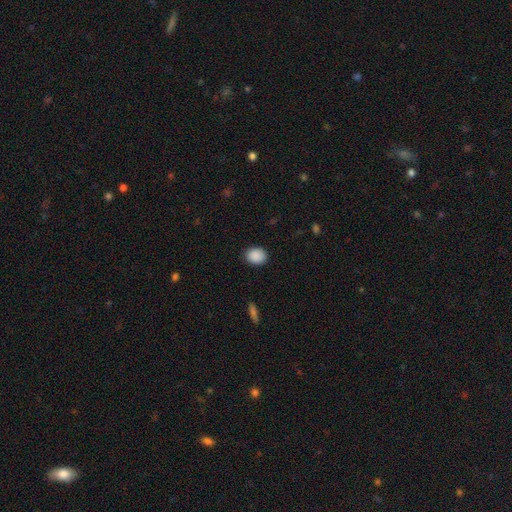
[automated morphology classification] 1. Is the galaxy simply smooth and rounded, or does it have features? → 90% smooth, 7% star or artifact, 3% featured or disk.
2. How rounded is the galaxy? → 52% in between, 47% round, 1% cigar-shaped.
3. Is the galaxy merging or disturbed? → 88% none, 8% minor disturbance, 2% major disturbance, 1% merger.